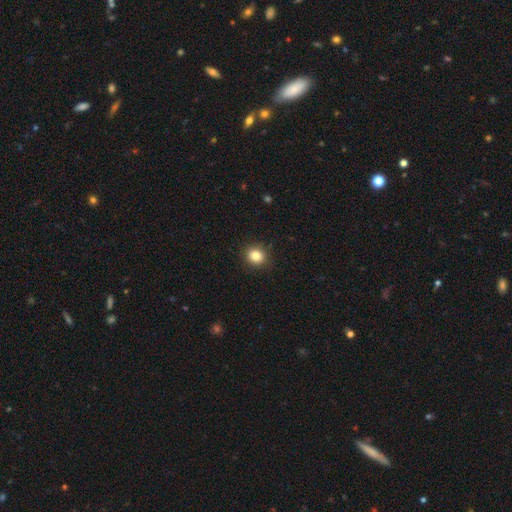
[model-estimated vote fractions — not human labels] smooth 85%, star or artifact 11%, featured or disk 5%. Down the decision tree: how rounded — round (81%); merging — none (90%).